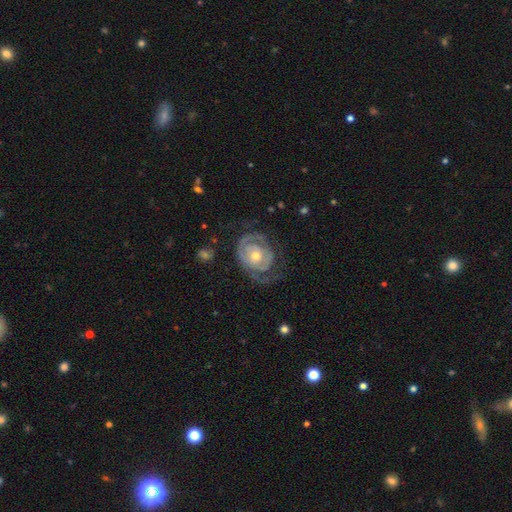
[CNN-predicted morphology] Overall: featured or disk (81%). Edge-on disk: no (97%). Bar: no (76%). Spiral arms: yes (85%). Spiral arm count: 2 (49%; can't tell 22%). Spiral winding: tight (58%; medium 28%). Bulge size: moderate (51%; small 44%). Merging: none (56%; major disturbance 22%).